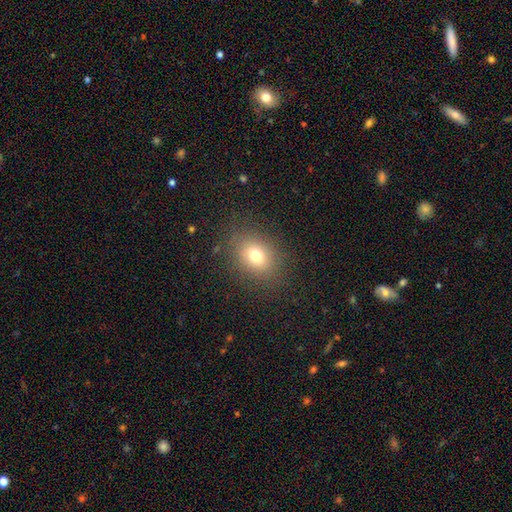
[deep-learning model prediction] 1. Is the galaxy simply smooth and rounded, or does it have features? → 73% smooth, 14% star or artifact, 12% featured or disk.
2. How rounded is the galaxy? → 51% round, 48% in between, 1% cigar-shaped.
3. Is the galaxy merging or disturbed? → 84% none, 10% minor disturbance, 5% major disturbance, 1% merger.